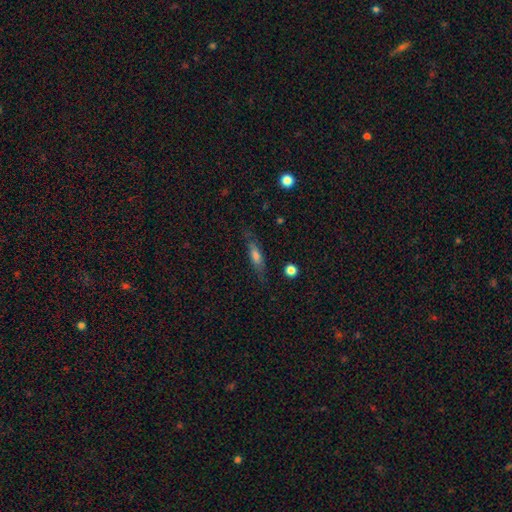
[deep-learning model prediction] Smooth or featured? Predicted: smooth (p=0.53). How rounded? Predicted: cigar-shaped (p=0.65). Merging? Predicted: none (p=0.76).